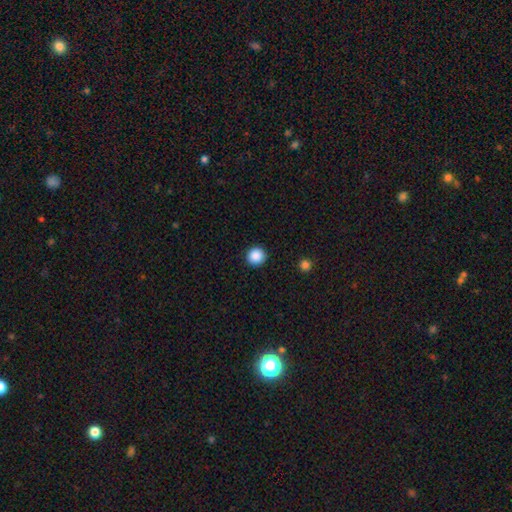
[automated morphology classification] Smooth or featured?
  - smooth: 88% *
  - star or artifact: 10%
  - featured or disk: 2%
How rounded?
  - round: 95% *
  - in between: 4%
  - cigar-shaped: 1%
Merging?
  - none: 92% *
  - minor disturbance: 5%
  - major disturbance: 2%
  - merger: 1%